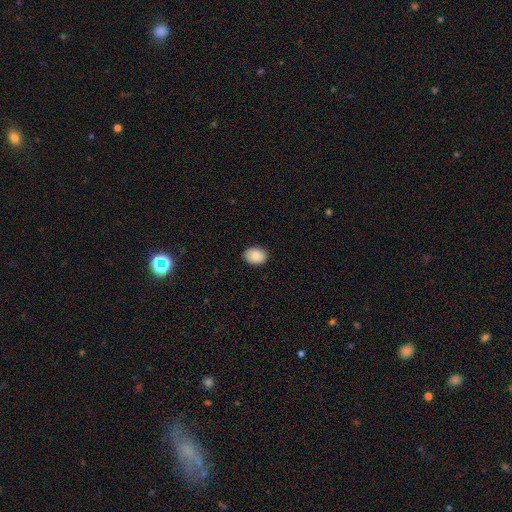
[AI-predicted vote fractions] smooth-or-featured: smooth: 89% | star or artifact: 7% | featured or disk: 4%
  how-rounded: in between: 70% | round: 29% | cigar-shaped: 1%
  merging: none: 89% | minor disturbance: 9% | major disturbance: 2% | merger: 1%